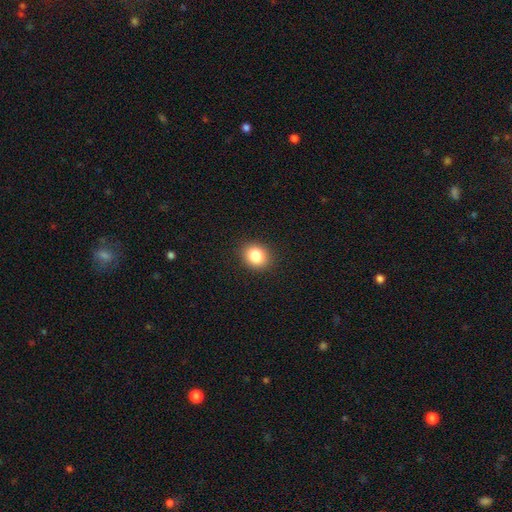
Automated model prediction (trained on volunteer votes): This is clearly a smooth galaxy (85%). How rounded: likely round (64%). Merging: clearly none (90%).